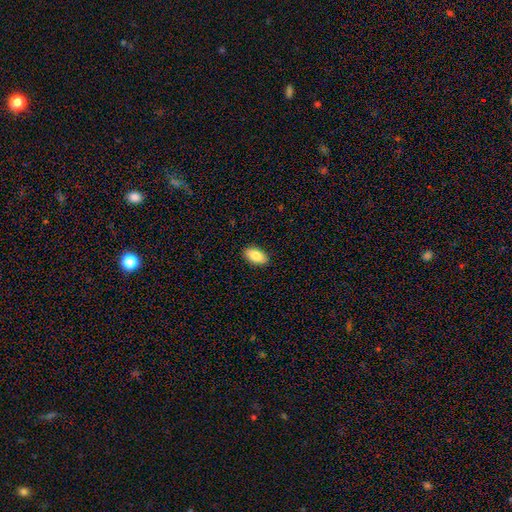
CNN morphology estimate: Overall: smooth (86%). How rounded: in between (93%). Merging: none (90%).